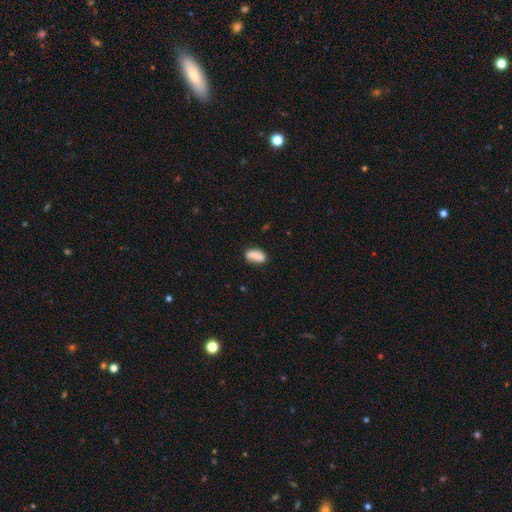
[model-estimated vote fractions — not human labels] smooth 78%, featured or disk 14%, star or artifact 8%. Down the decision tree: how rounded — in between (87%); merging — none (58%).